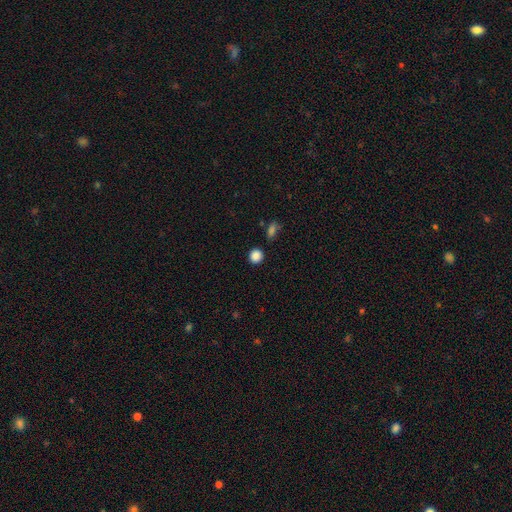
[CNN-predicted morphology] Smooth or featured: smooth — 87% (star or artifact — 10%)
How rounded: round — 87% (in between — 12%)
Merging: none — 88% (minor disturbance — 7%)